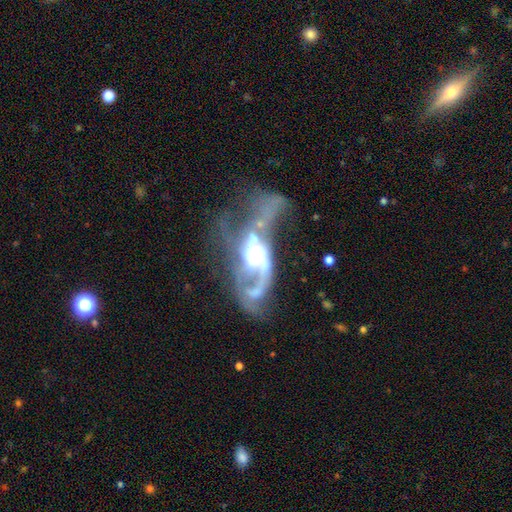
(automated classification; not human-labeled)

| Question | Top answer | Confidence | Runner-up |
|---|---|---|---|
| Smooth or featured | featured or disk | 83% | smooth (9%) |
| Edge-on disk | no | 94% | yes (6%) |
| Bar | no | 55% | weak (30%) |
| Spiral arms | yes | 83% | no (17%) |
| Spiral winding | loose | 49% | medium (37%) |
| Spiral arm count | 2 | 51% | can't tell (19%) |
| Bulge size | moderate | 51% | large (34%) |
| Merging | major disturbance | 47% | merger (25%) |